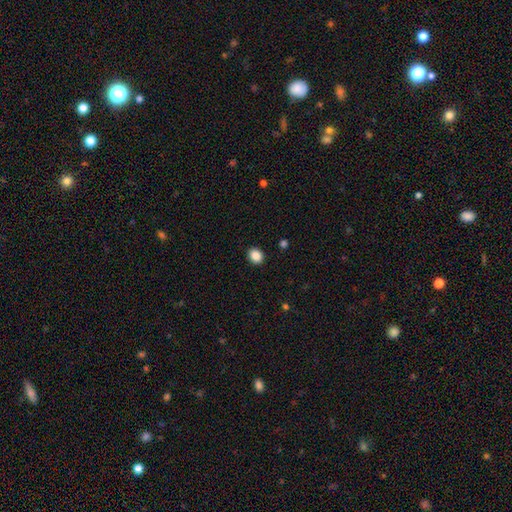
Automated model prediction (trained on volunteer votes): Smooth or featured? Predicted: smooth (p=0.87). How rounded? Predicted: round (p=0.55). Merging? Predicted: none (p=0.91).